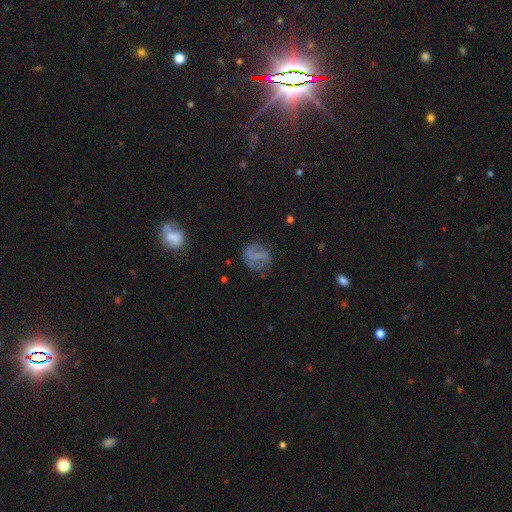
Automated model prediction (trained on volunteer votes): Smooth or featured?
  - featured or disk: 51% *
  - smooth: 37%
  - star or artifact: 13%
Edge-on disk?
  - no: 97% *
  - yes: 3%
Merging?
  - none: 62% *
  - minor disturbance: 20%
  - major disturbance: 15%
  - merger: 3%